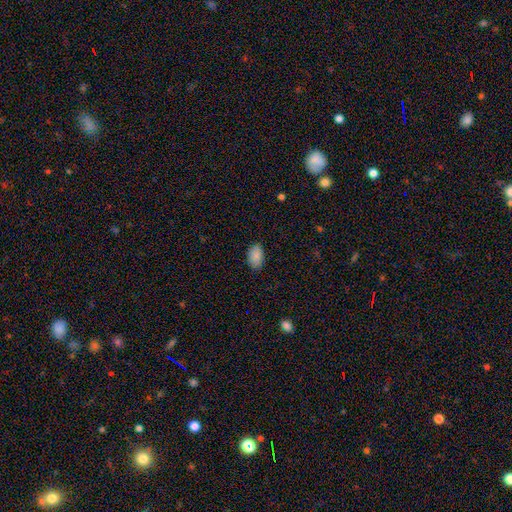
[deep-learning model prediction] The model was most divided on "merging": none: 85%, minor disturbance: 12%, major disturbance: 2%, merger: 1%. More confident: how rounded — in between (92%); smooth or featured — smooth (89%).